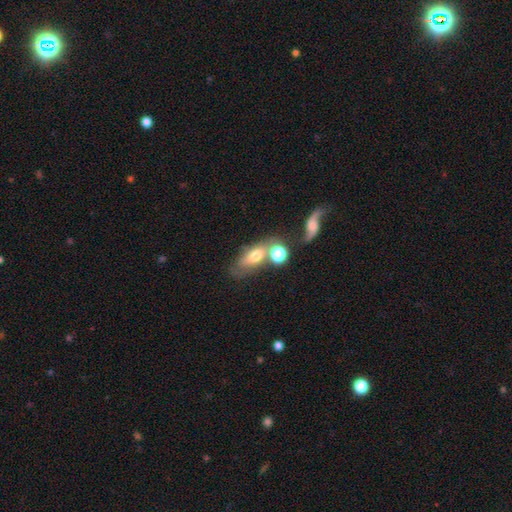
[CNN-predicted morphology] The model was most divided on "merging": none: 44%, merger: 30%, minor disturbance: 16%, major disturbance: 11%. More confident: how rounded — in between (71%); smooth or featured — smooth (63%).